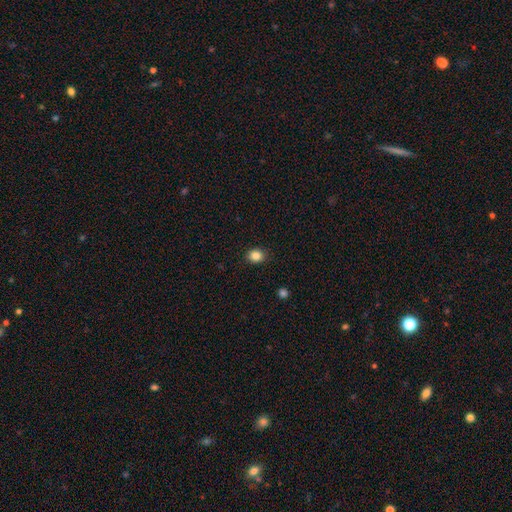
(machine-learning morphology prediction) Smooth or featured?
  - smooth: 85% *
  - star or artifact: 11%
  - featured or disk: 4%
How rounded?
  - round: 63% *
  - in between: 36%
  - cigar-shaped: 1%
Merging?
  - none: 89% *
  - minor disturbance: 8%
  - major disturbance: 2%
  - merger: 1%